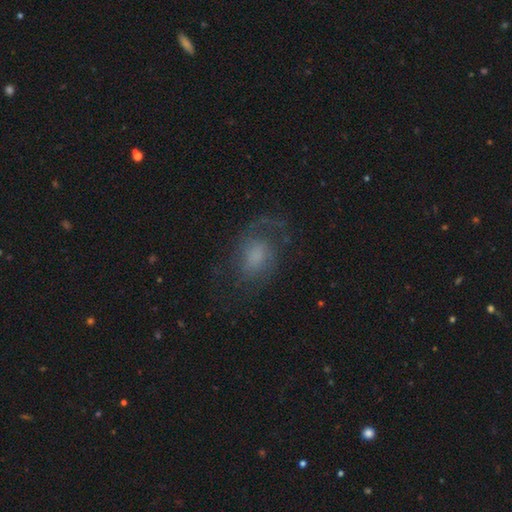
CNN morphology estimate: Smooth or featured? featured or disk (61%)
Edge-on disk? no (97%)
Bar? no (66%)
Spiral arms? yes (84%)
Bulge size? none (30%)
Merging? none (58%)